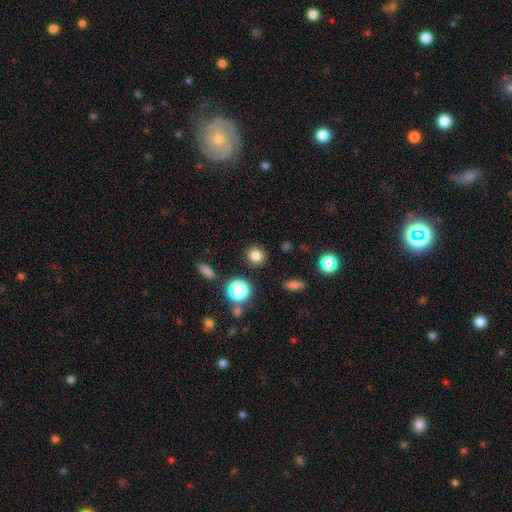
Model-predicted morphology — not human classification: Smooth or featured? smooth (80%)
How rounded? round (88%)
Merging? none (89%)